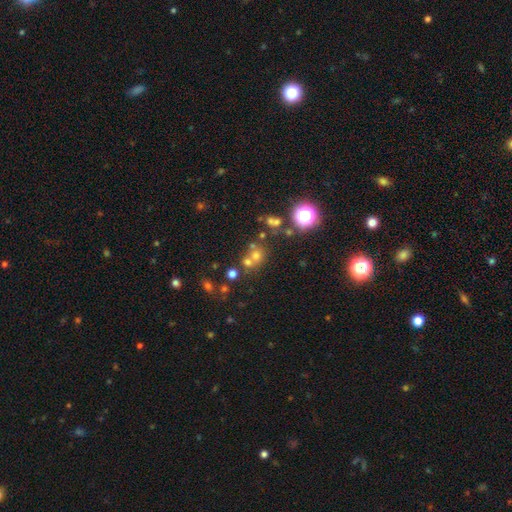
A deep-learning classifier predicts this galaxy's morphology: This appears to be a smooth galaxy with no disk features (53%) that is round (84%). Merging: none (53%).